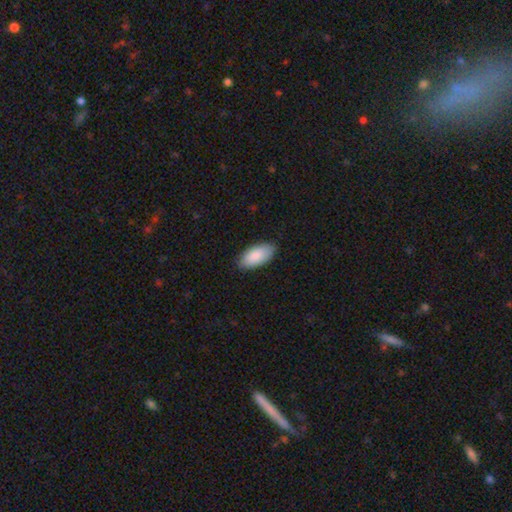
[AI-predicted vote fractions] A smooth galaxy with no disk features (88%) that is in between round and cigar-shaped (94%).

Vote fractions:
- Smooth or featured? smooth: 88% / featured or disk: 6% / star or artifact: 5%
- How rounded? in between: 94% / cigar-shaped: 5% / round: 2%
- Merging? none: 85% / minor disturbance: 12% / major disturbance: 2% / merger: 1%